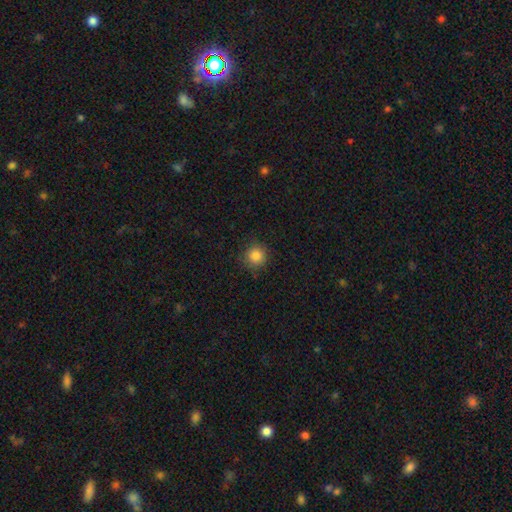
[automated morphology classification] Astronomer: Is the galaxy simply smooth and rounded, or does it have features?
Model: smooth — 86%.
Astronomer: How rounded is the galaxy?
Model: round — 94%.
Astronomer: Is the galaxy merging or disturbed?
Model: none — 86%.